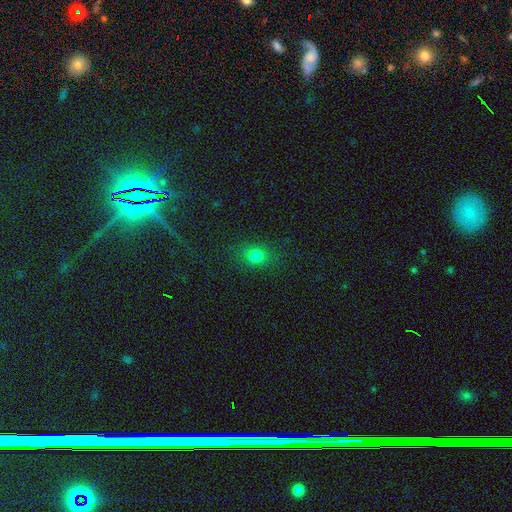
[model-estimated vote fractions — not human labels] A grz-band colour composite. It shows a smooth galaxy with no disk features (76%) that is round (55%). Merging: none (84%).